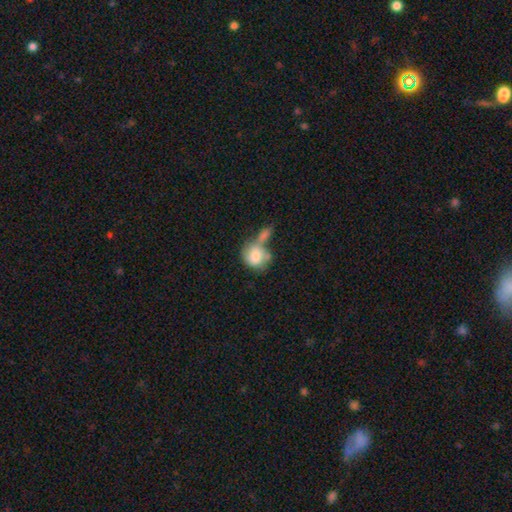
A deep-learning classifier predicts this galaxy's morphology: Q: Smooth or featured?
A: smooth (78%); runner-up: featured or disk (16%)
Q: How rounded?
A: round (72%); runner-up: in between (27%)
Q: Merging?
A: merger (50%); runner-up: none (26%)